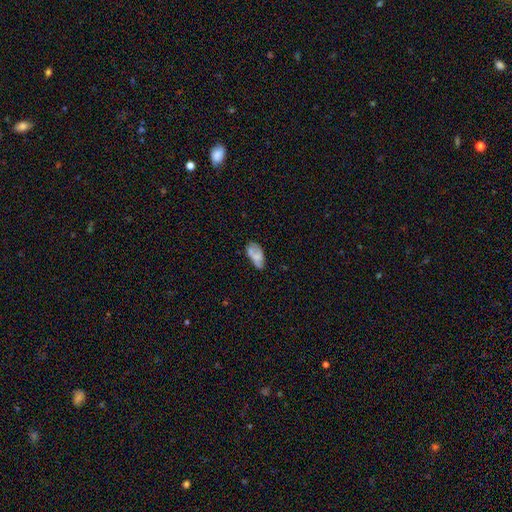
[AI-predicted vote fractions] A smooth galaxy with no disk features (64%) that is in between round and cigar-shaped (92%). Merging: none (42%).